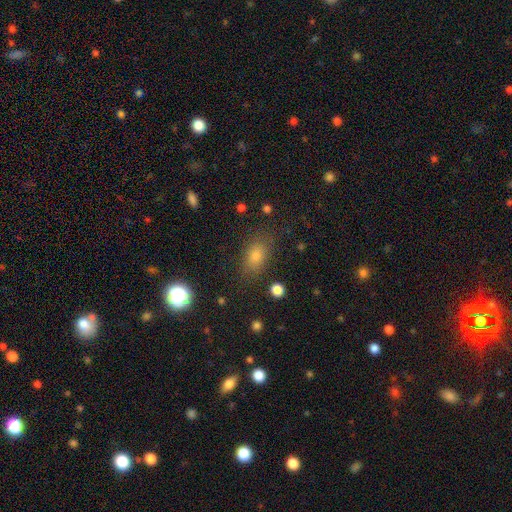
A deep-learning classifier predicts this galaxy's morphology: Smooth or featured?
  - smooth: 74% *
  - star or artifact: 17%
  - featured or disk: 9%
How rounded?
  - in between: 79% *
  - round: 17%
  - cigar-shaped: 4%
Merging?
  - none: 81% *
  - minor disturbance: 12%
  - major disturbance: 4%
  - merger: 2%